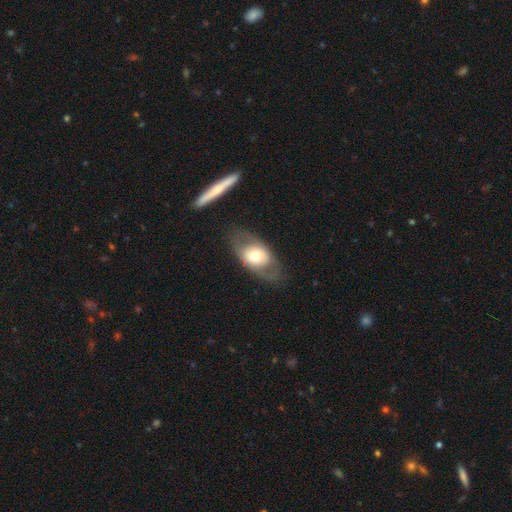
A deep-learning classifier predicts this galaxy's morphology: Smooth or featured? Predicted: smooth (p=0.48). Merging? Predicted: none (p=0.73).